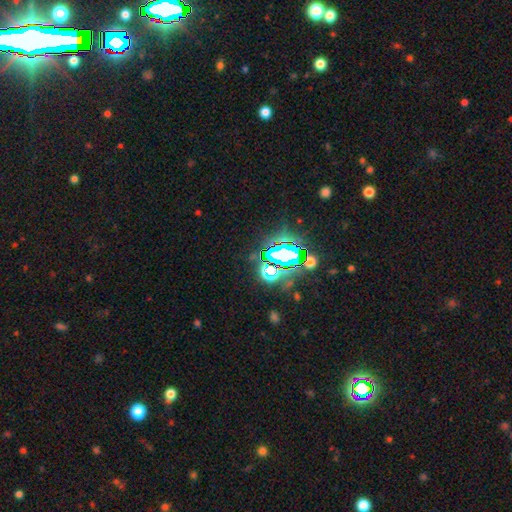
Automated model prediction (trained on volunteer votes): Smooth or featured? star or artifact (79%)